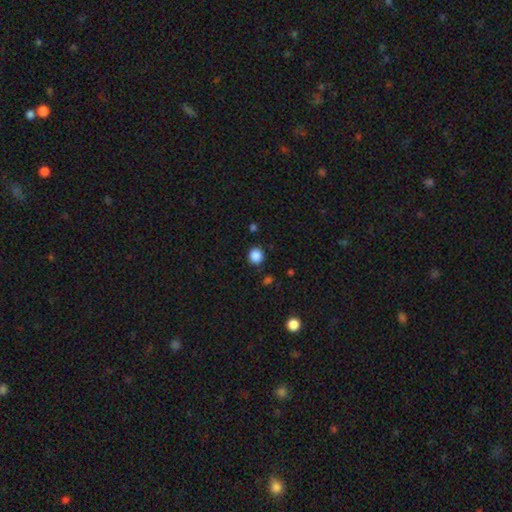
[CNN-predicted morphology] type=smooth (87%); roundness=round (90%); merging=none (89%).